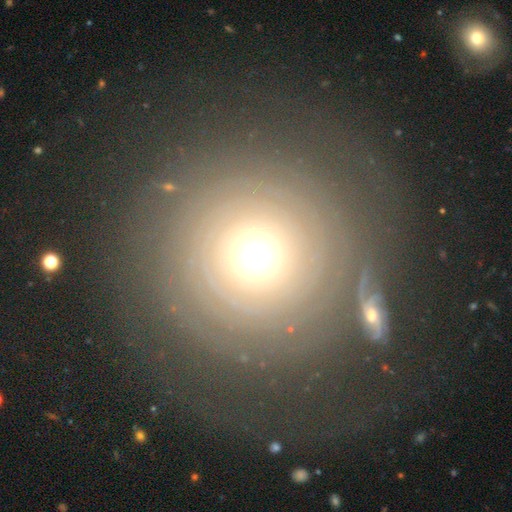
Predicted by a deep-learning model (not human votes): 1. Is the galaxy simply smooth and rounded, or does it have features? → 54% featured or disk, 34% smooth, 12% star or artifact.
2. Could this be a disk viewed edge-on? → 95% no, 5% yes.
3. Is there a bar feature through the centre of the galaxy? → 89% no, 8% weak, 3% strong.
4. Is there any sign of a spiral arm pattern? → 65% yes, 35% no.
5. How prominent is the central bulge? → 59% moderate, 18% large, 16% small, 5% dominant, 2% none.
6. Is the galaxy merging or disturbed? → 73% none, 12% minor disturbance, 10% major disturbance, 5% merger.